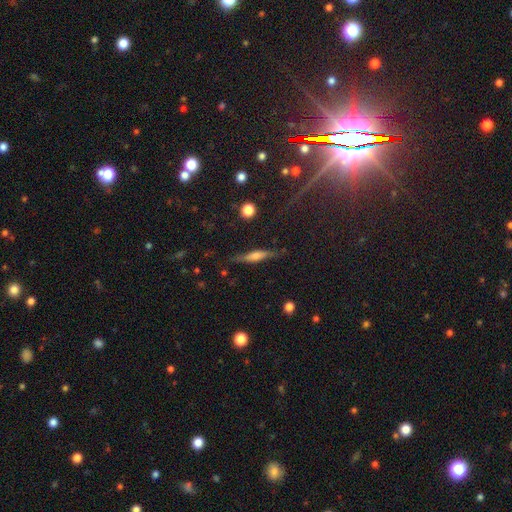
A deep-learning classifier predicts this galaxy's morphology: Q: Smooth or featured?
A: featured or disk (59%); runner-up: smooth (32%)
Q: Edge-on disk?
A: yes (93%); runner-up: no (7%)
Q: Edge-on bulge?
A: rounded (75%); runner-up: boxy (15%)
Q: Merging?
A: none (80%); runner-up: minor disturbance (14%)